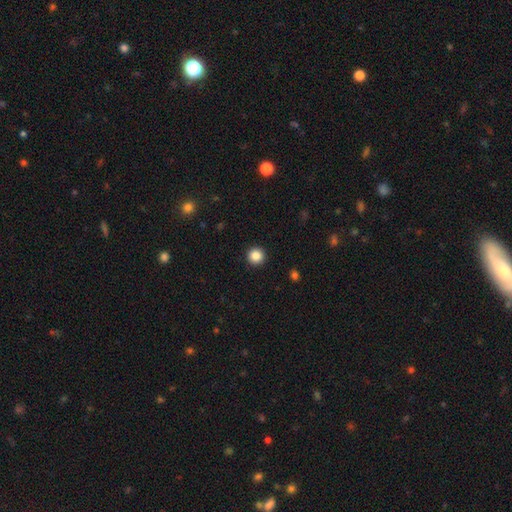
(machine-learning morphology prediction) A smooth galaxy with no disk features (86%) that is round (96%). Merging: none (93%).